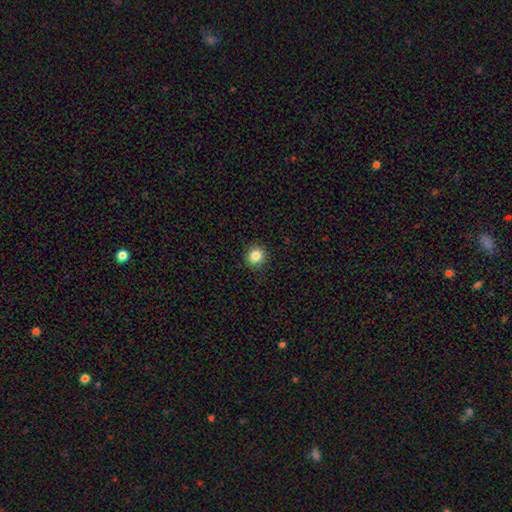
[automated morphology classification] Smooth or featured?
  - smooth: 84% *
  - star or artifact: 11%
  - featured or disk: 5%
How rounded?
  - round: 89% *
  - in between: 10%
  - cigar-shaped: 1%
Merging?
  - none: 91% *
  - minor disturbance: 6%
  - major disturbance: 2%
  - merger: 1%